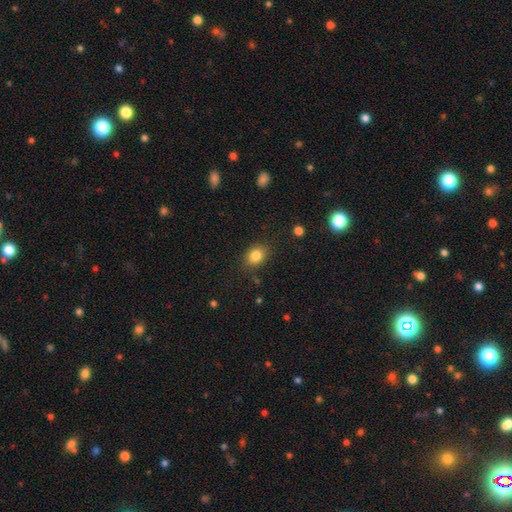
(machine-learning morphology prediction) Smooth or featured: smooth — 83% (star or artifact — 10%)
How rounded: in between — 60% (round — 39%)
Merging: none — 84% (minor disturbance — 11%)